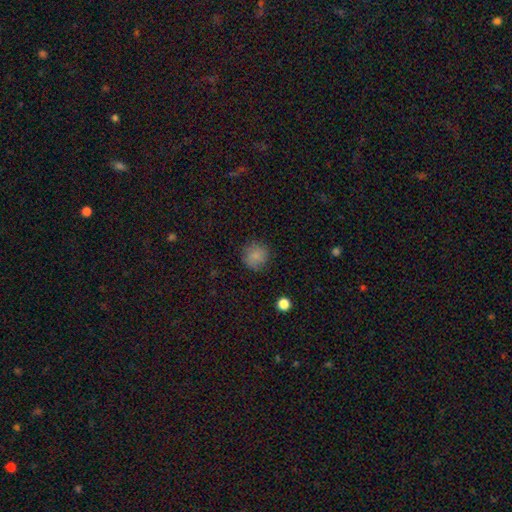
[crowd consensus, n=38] A smooth galaxy with no disk features (95%) that is round (94%). Merging: none (86%).